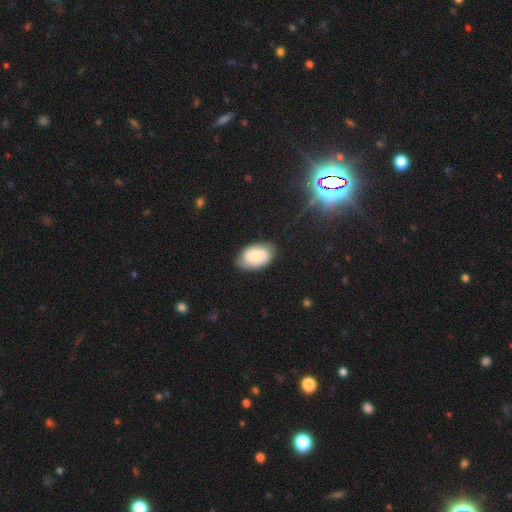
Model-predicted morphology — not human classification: This appears to be a smooth galaxy with no disk features (54%) that is in between round and cigar-shaped (90%). Merging: none (78%).